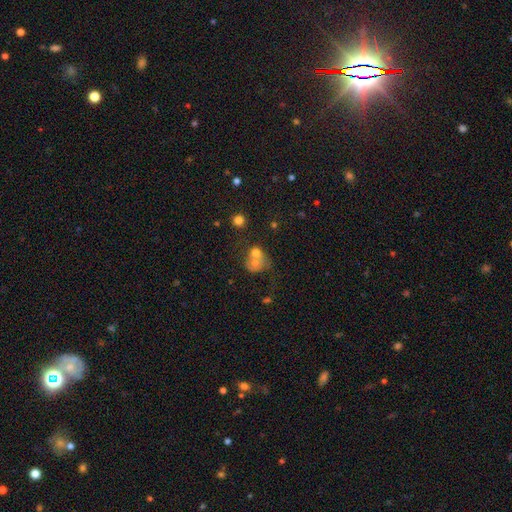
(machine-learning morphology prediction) Smooth or featured: smooth — 64% (featured or disk — 24%)
How rounded: round — 66% (in between — 33%)
Merging: merger — 60% (none — 23%)